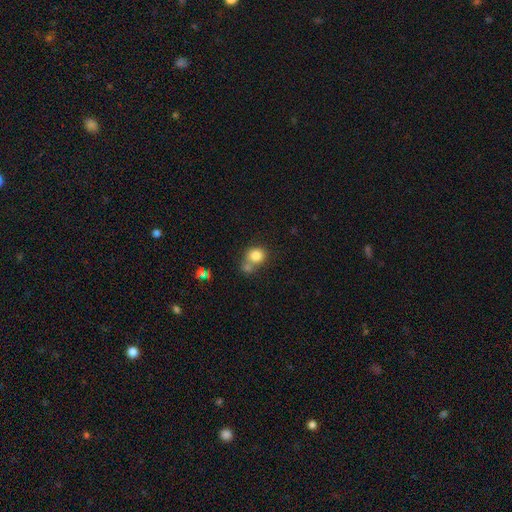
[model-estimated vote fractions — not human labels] A smooth galaxy with no disk features (81%) that is round (76%). Merging: none (45%).